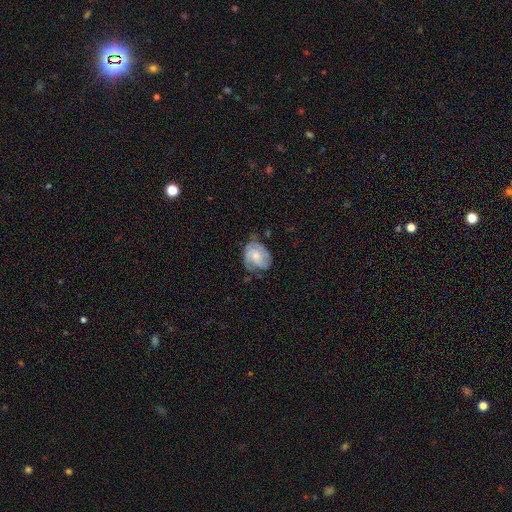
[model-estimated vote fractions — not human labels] This is likely a featured or disk galaxy (70%). It is clearly not viewed edge-on (98%). Bar: likely no (62%). Spiral arm pattern: clearly yes (90%). Spiral arm count: marginally 2 (40%). Spiral winding: possibly tight (47%). Central bulge: possibly small (49%). Merging: possibly none (53%).